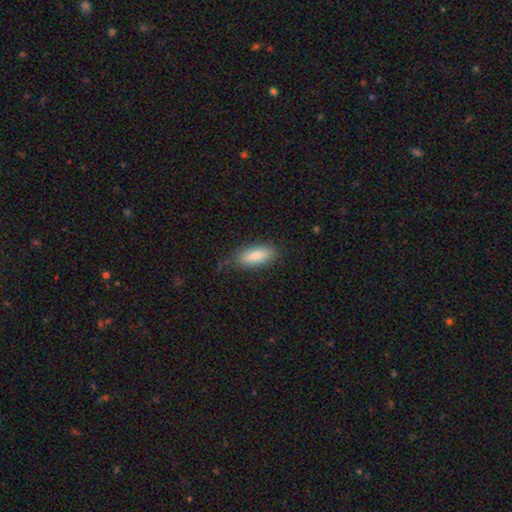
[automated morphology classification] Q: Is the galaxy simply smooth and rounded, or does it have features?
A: smooth — 84%.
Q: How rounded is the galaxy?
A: in between — 79%.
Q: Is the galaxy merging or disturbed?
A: none — 77%.